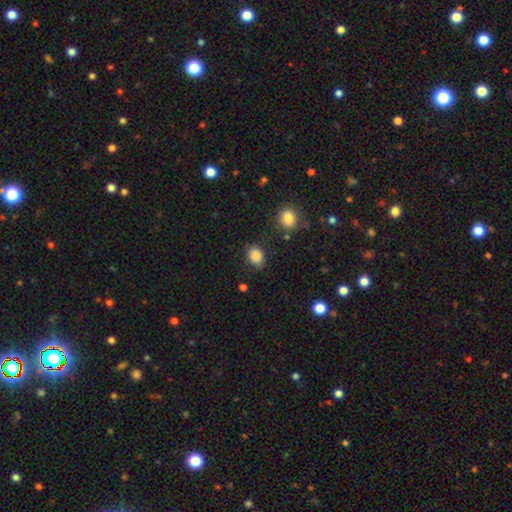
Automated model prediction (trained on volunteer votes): This appears to be a smooth galaxy with no disk features (86%) that is in between round and cigar-shaped (60%). Merging: none (76%).